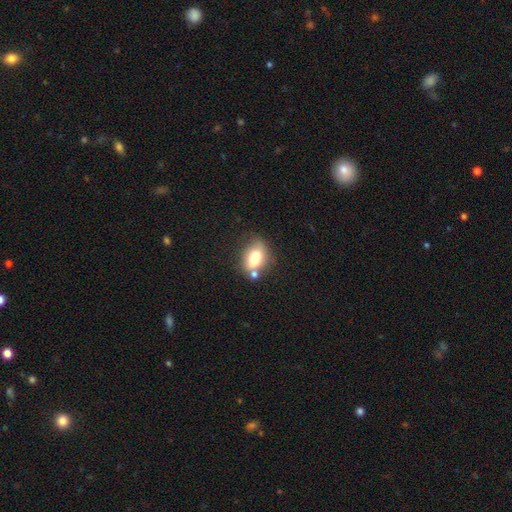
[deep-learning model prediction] smooth_or_featured: smooth (p=0.70) [alt: featured or disk p=0.20]
how_rounded: in between (p=0.76) [alt: round p=0.21]
merging: none (p=0.42) [alt: merger p=0.30]